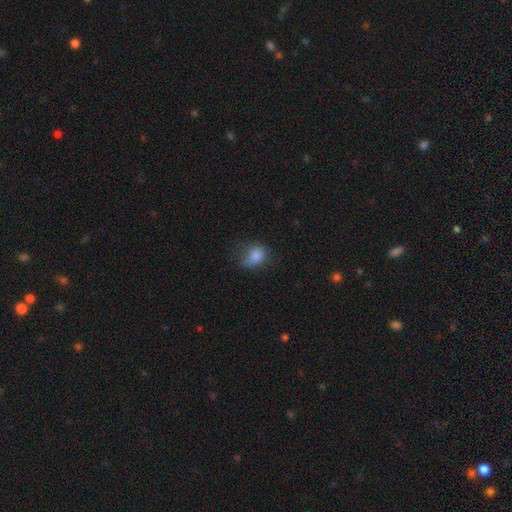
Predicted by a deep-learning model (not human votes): A smooth galaxy with no disk features (80%) that is in between round and cigar-shaped (52%).

Vote fractions:
- Smooth or featured? smooth: 80% / star or artifact: 10% / featured or disk: 10%
- How rounded? in between: 52% / round: 47% / cigar-shaped: 1%
- Merging? none: 47% / minor disturbance: 34% / major disturbance: 16% / merger: 2%